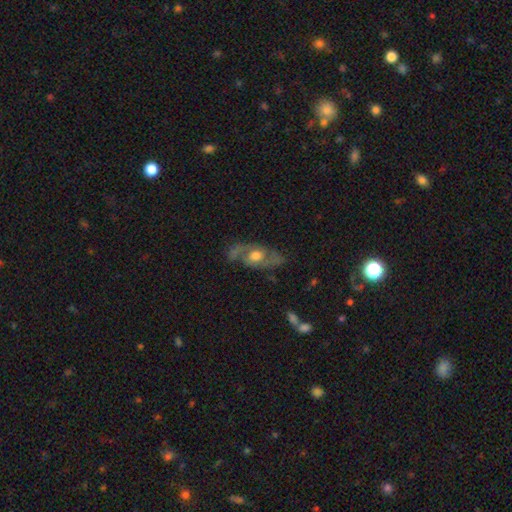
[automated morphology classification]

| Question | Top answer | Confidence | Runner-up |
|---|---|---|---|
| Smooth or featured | featured or disk | 72% | smooth (21%) |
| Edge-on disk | no | 87% | yes (13%) |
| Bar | no | 75% | weak (20%) |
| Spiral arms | yes | 71% | no (29%) |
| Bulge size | moderate | 65% | large (25%) |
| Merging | none | 67% | minor disturbance (20%) |